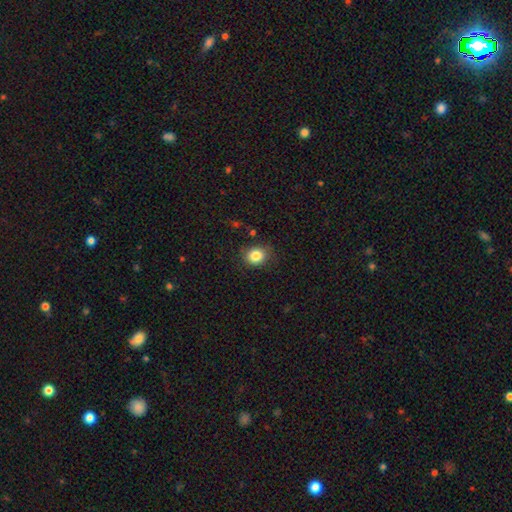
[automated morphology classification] smooth 84%, star or artifact 10%, featured or disk 5%. Down the decision tree: how rounded — round (67%); merging — none (82%).